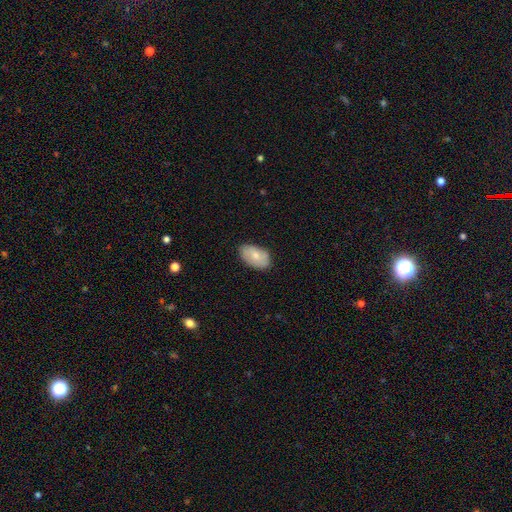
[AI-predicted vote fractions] smooth_or_featured: smooth (p=0.72) [alt: featured or disk p=0.22]
how_rounded: in between (p=0.92) [alt: round p=0.07]
merging: none (p=0.80) [alt: minor disturbance p=0.16]